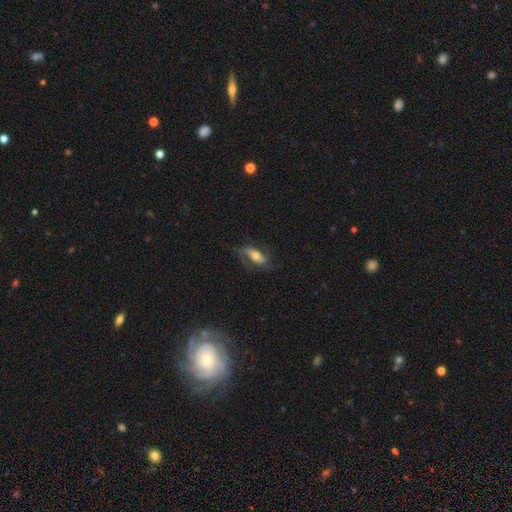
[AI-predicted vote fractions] Smooth or featured? Predicted: featured or disk (p=0.54). Edge-on disk? Predicted: no (p=0.84). Merging? Predicted: none (p=0.63).